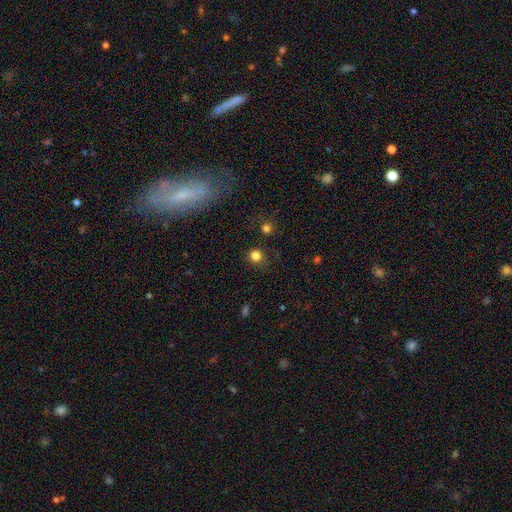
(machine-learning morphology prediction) The model was most divided on "smooth or featured": smooth: 81%, star or artifact: 15%, featured or disk: 4%. More confident: how rounded — round (90%); merging — none (85%).